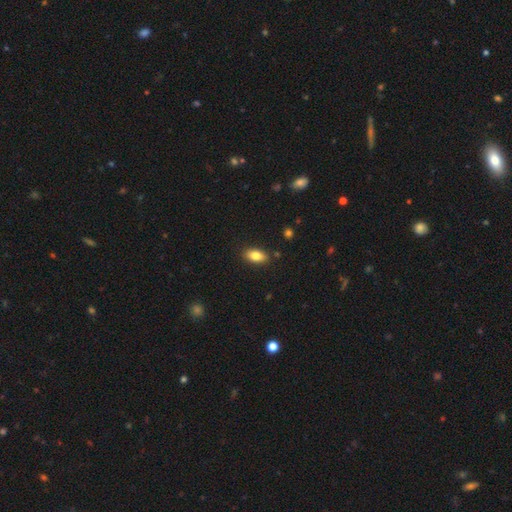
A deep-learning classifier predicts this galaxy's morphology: Overall: smooth (82%). How rounded: in between (89%). Merging: none (87%).